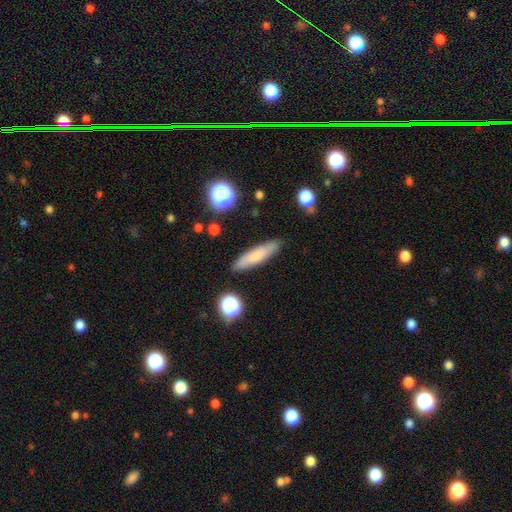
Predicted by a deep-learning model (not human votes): The model was most divided on "smooth or featured": smooth: 70%, featured or disk: 22%, star or artifact: 8%. More confident: merging — none (86%); how rounded — cigar-shaped (77%).